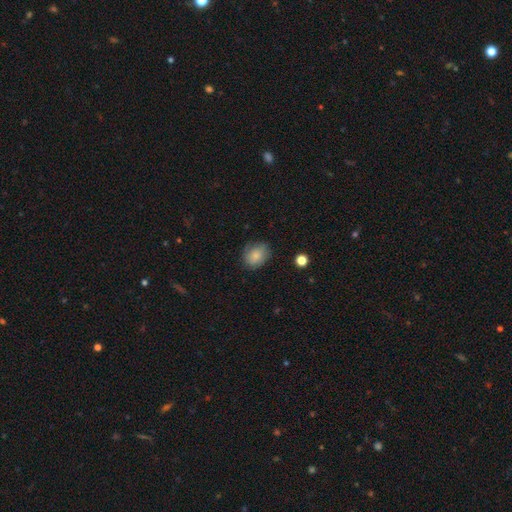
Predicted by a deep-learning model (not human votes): A smooth galaxy with no disk features (83%) that is round (54%). Merging: none (75%).